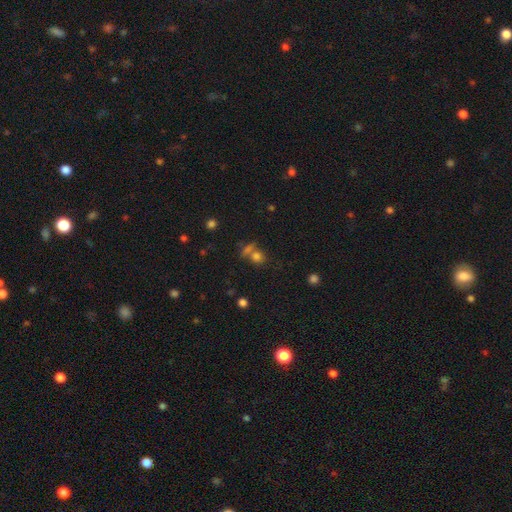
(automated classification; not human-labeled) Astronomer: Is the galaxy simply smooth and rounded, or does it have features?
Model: smooth — 65%.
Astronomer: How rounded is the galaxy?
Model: round — 78%.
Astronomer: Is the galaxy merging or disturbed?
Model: none — 56%.